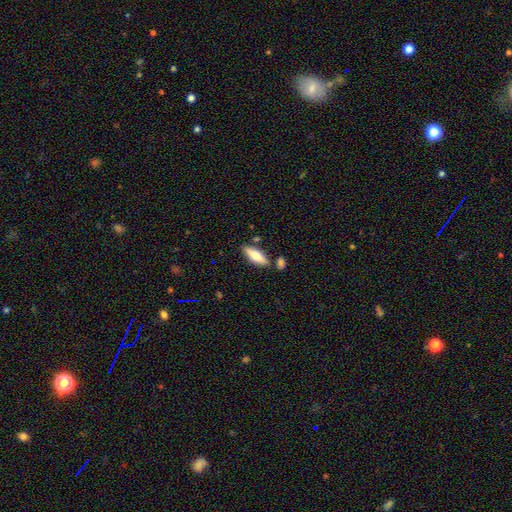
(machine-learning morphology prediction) smooth 74%, featured or disk 19%, star or artifact 6%. Down the decision tree: how rounded — in between (56%); merging — none (76%).